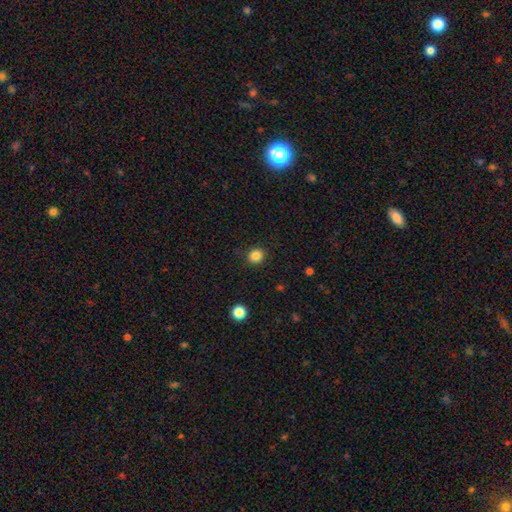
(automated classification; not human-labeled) smooth 85%, star or artifact 11%, featured or disk 4%. Down the decision tree: how rounded — round (87%); merging — none (89%).